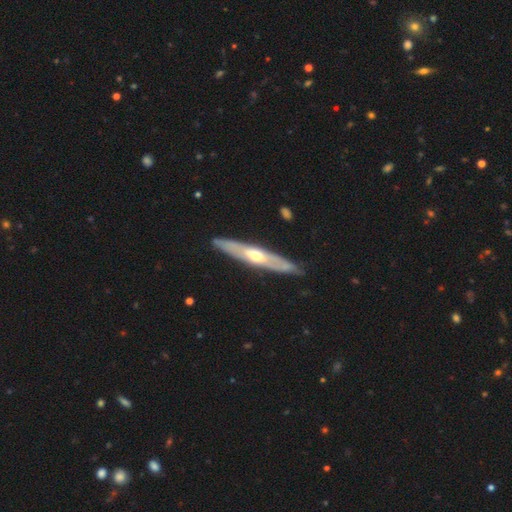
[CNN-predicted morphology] Smooth or featured? Predicted: featured or disk (p=0.67). Edge-on disk? Predicted: yes (p=0.76). Edge-on bulge? Predicted: rounded (p=0.82). Merging? Predicted: none (p=0.87).